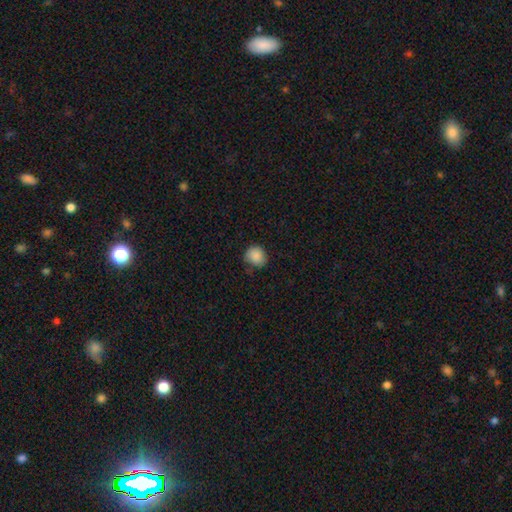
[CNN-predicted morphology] Overall: smooth (87%). How rounded: round (84%). Merging: none (73%).